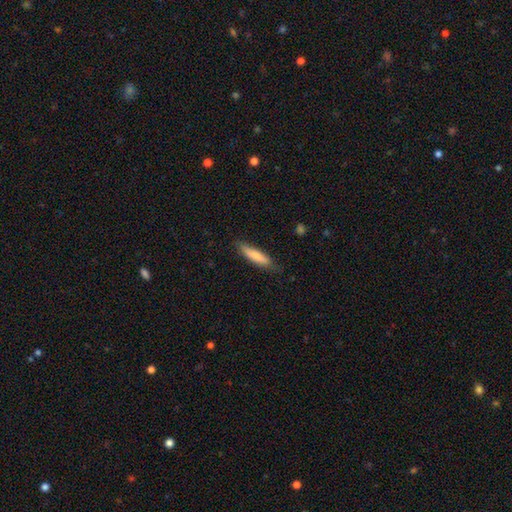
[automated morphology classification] This appears to be a smooth galaxy with no disk features (82%) that is cigar-shaped (78%). Merging: none (78%).